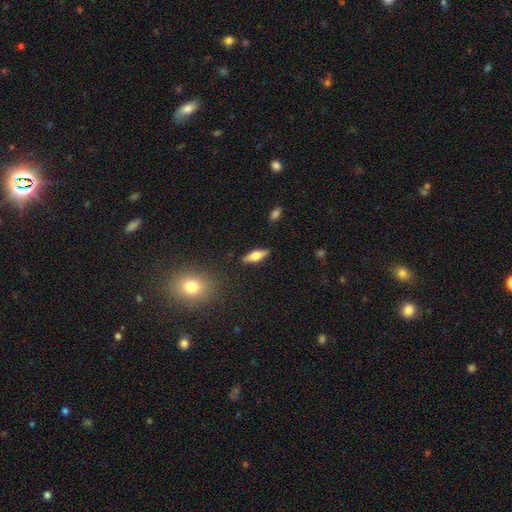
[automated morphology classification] A smooth galaxy with no disk features (47%). Merging: none (88%).